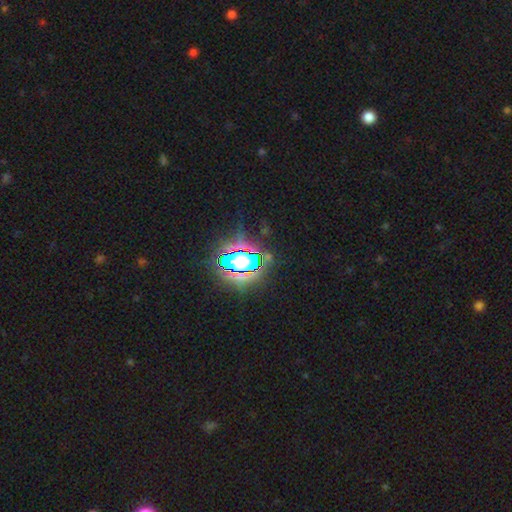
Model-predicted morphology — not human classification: smooth_or_featured: star or artifact (p=0.80) [alt: smooth p=0.11]